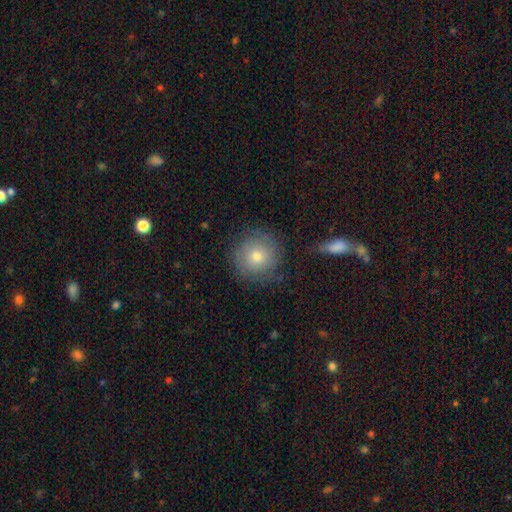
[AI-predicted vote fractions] The model was most divided on "smooth or featured": smooth: 63%, featured or disk: 24%, star or artifact: 12%. More confident: how rounded — round (93%); merging — none (81%).